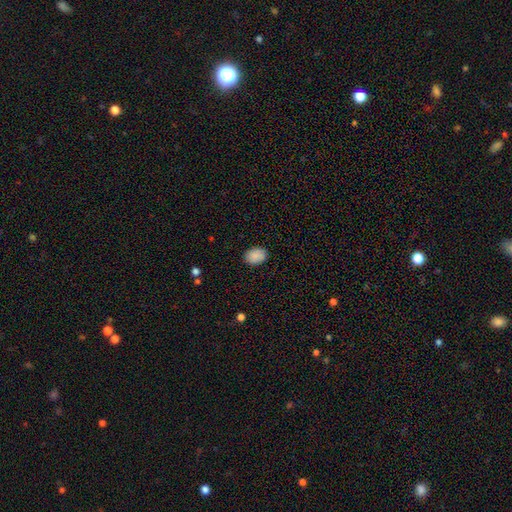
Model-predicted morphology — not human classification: A smooth galaxy with no disk features (89%) that is in between round and cigar-shaped (76%).

Vote fractions:
- Smooth or featured? smooth: 89% / star or artifact: 7% / featured or disk: 3%
- How rounded? in between: 76% / round: 24% / cigar-shaped: 1%
- Merging? none: 88% / minor disturbance: 9% / major disturbance: 2% / merger: 1%